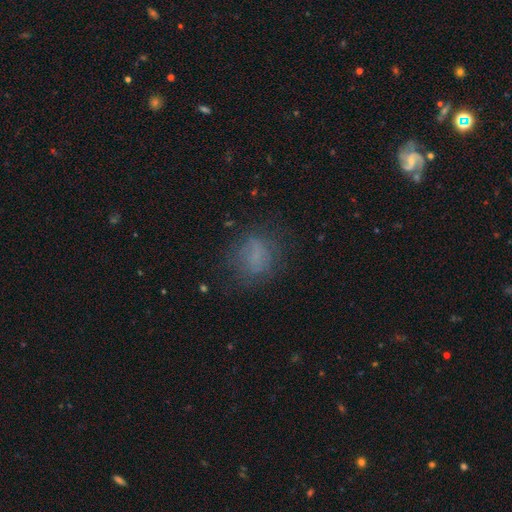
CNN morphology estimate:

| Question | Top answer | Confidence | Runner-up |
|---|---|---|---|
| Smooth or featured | smooth | 63% | featured or disk (19%) |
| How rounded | round | 57% | in between (41%) |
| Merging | none | 67% | minor disturbance (18%) |